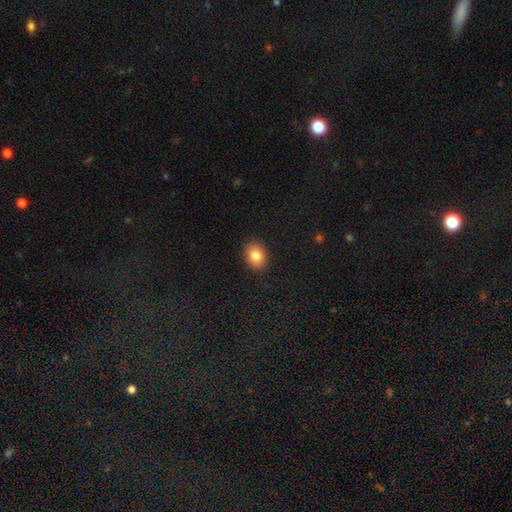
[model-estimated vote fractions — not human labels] Q: Smooth or featured?
A: smooth (84%); runner-up: star or artifact (9%)
Q: How rounded?
A: in between (59%); runner-up: round (40%)
Q: Merging?
A: none (89%); runner-up: minor disturbance (8%)